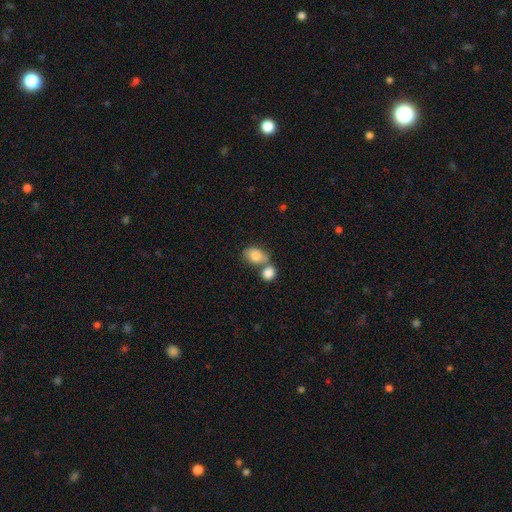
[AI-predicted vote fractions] Smooth or featured?
  - smooth: 82% *
  - featured or disk: 10%
  - star or artifact: 8%
How rounded?
  - in between: 73% *
  - round: 26%
  - cigar-shaped: 1%
Merging?
  - merger: 51% *
  - none: 33%
  - minor disturbance: 11%
  - major disturbance: 5%